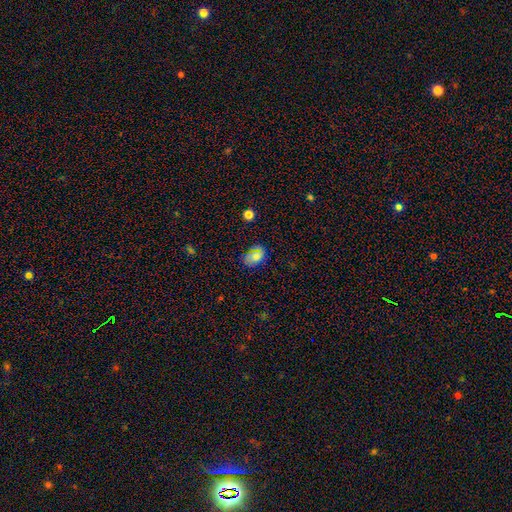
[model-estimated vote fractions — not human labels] Q: Smooth or featured?
A: smooth (70%); runner-up: star or artifact (16%)
Q: How rounded?
A: in between (86%); runner-up: round (12%)
Q: Merging?
A: none (74%); runner-up: minor disturbance (19%)